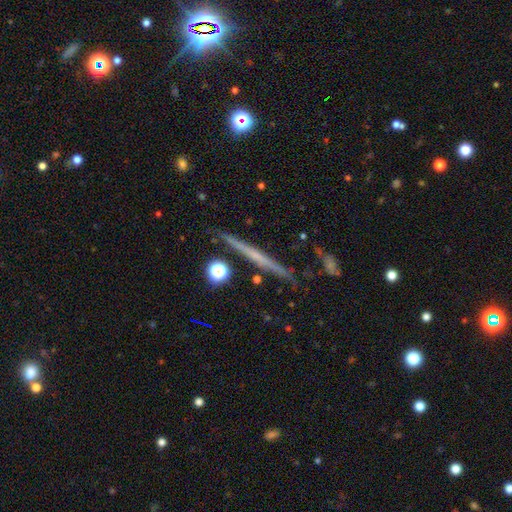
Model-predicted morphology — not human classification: smooth-or-featured: featured or disk: 62% | smooth: 30% | star or artifact: 8%
  disk-edge-on: yes: 97% | no: 3%
    edge-on-bulge: none: 75% | rounded: 20% | boxy: 5%
  merging: none: 87% | minor disturbance: 8% | merger: 2% | major disturbance: 2%